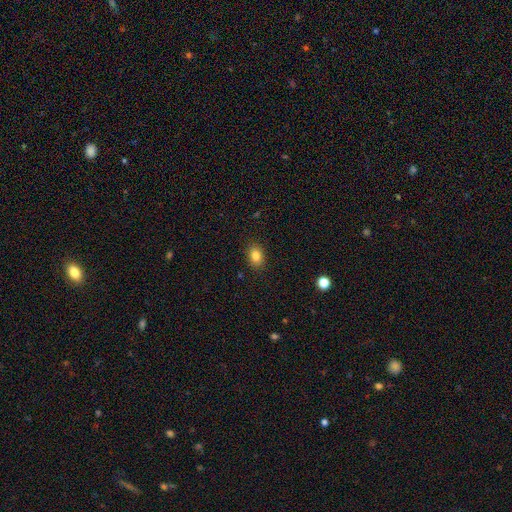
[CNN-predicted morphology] The model was most divided on "how rounded": in between: 69%, round: 30%, cigar-shaped: 1%. More confident: merging — none (88%); smooth or featured — smooth (83%).